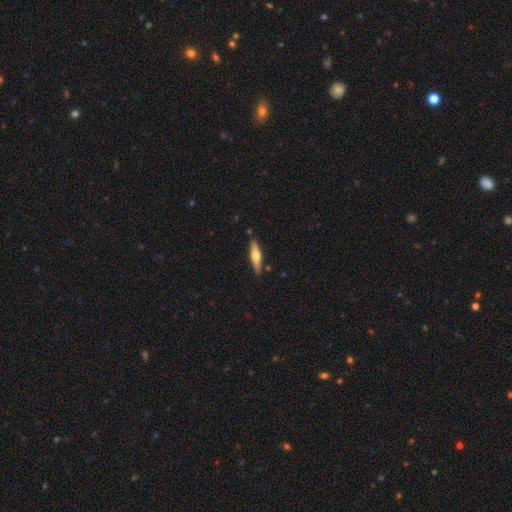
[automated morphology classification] Q: Smooth or featured?
A: featured or disk (53%); runner-up: smooth (42%)
Q: Edge-on disk?
A: yes (95%); runner-up: no (5%)
Q: Edge-on bulge?
A: rounded (89%); runner-up: boxy (7%)
Q: Merging?
A: none (86%); runner-up: minor disturbance (10%)